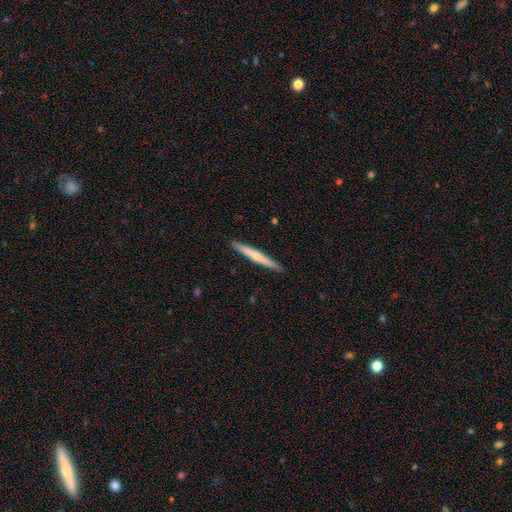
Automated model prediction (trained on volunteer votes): smooth_or_featured: featured or disk (p=0.48) [alt: smooth p=0.47]
merging: none (p=0.92) [alt: minor disturbance p=0.06]